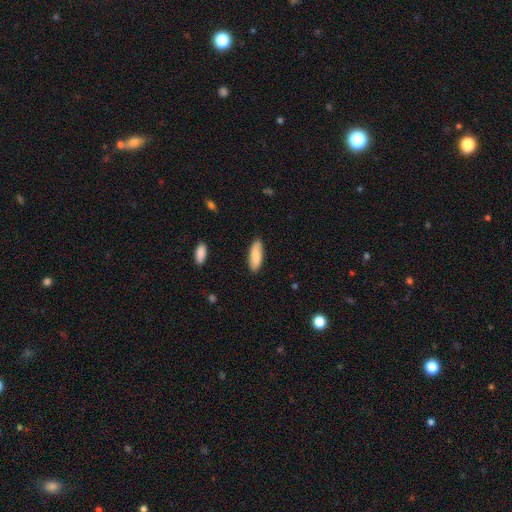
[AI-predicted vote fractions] Smooth or featured? smooth (81%)
How rounded? in between (63%)
Merging? none (86%)